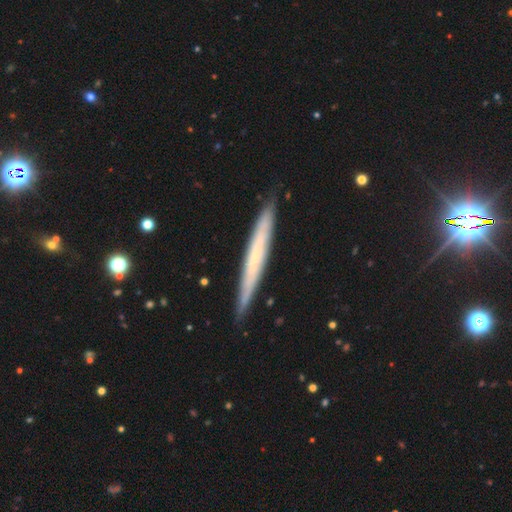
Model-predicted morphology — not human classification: Overall: featured or disk (51%; smooth 42%). Edge-on disk: yes (92%). Merging: none (87%).